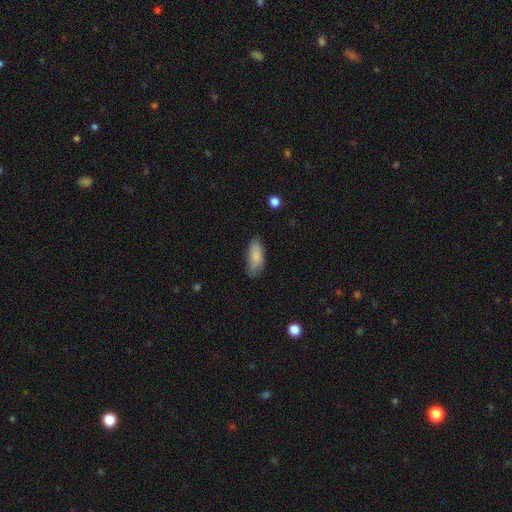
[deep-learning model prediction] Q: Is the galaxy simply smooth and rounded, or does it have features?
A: smooth — 85%.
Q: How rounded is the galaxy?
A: in between — 79%.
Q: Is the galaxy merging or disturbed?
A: none — 71%.